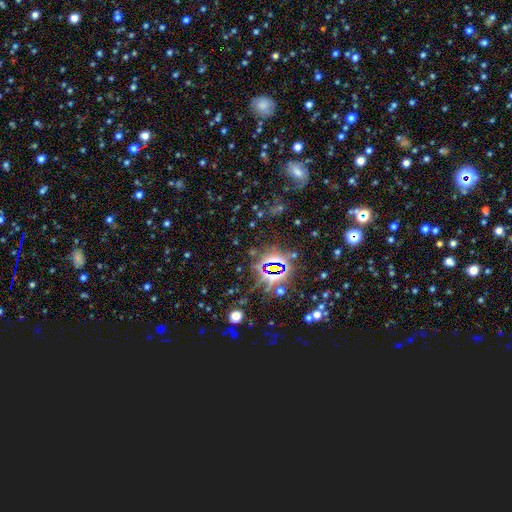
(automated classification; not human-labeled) This is likely a star or artifact rather than a galaxy (79%).